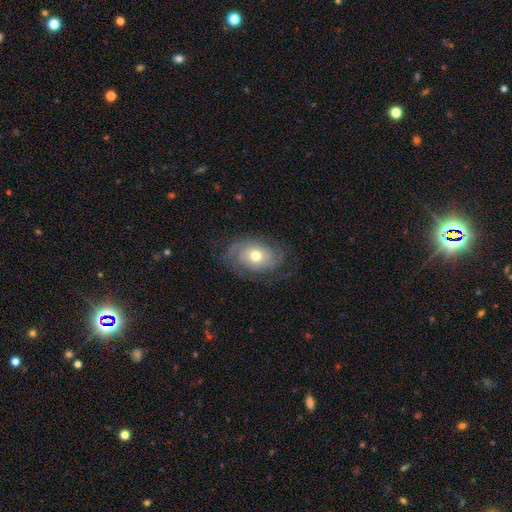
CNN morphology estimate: This is likely a featured or disk galaxy (69%). It is clearly not viewed edge-on (95%). Bar: clearly no (80%). Spiral arm pattern: clearly yes (86%). Spiral arm count: possibly 2 (48%). Spiral winding: possibly tight (53%). Central bulge: likely moderate (71%). Merging: likely none (72%).